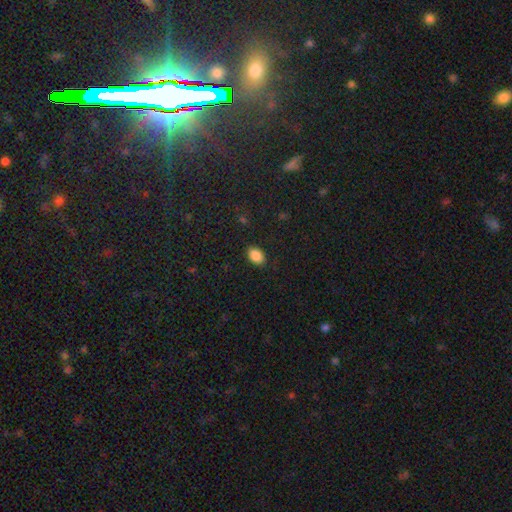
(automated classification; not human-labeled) A smooth galaxy with no disk features (88%) that is in between round and cigar-shaped (83%).

Vote fractions:
- Smooth or featured? smooth: 88% / star or artifact: 8% / featured or disk: 4%
- How rounded? in between: 83% / round: 16% / cigar-shaped: 1%
- Merging? none: 88% / minor disturbance: 9% / major disturbance: 2% / merger: 1%